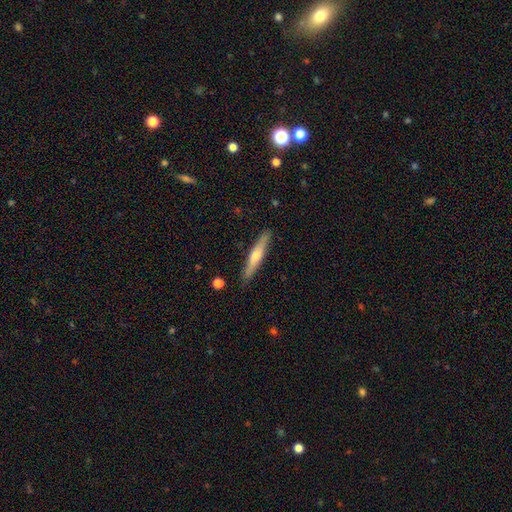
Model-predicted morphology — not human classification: This appears to be a featured or disk galaxy (55%) viewed edge-on (93%) with a rounded central bulge (83%). Merging: none (90%).